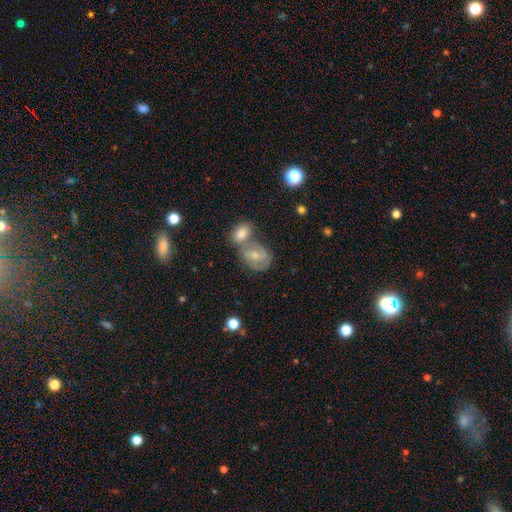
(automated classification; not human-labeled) smooth-or-featured: featured or disk: 58% | smooth: 34% | star or artifact: 8%
  disk-edge-on: no: 96% | yes: 4%
    bar: no: 53% | weak: 39% | strong: 9%
    has-spiral-arms: yes: 82% | no: 18%
    bulge-size: moderate: 49% | small: 43% | none: 4% | large: 3% | dominant: 1%
  merging: merger: 48% | none: 33% | minor disturbance: 13% | major disturbance: 6%